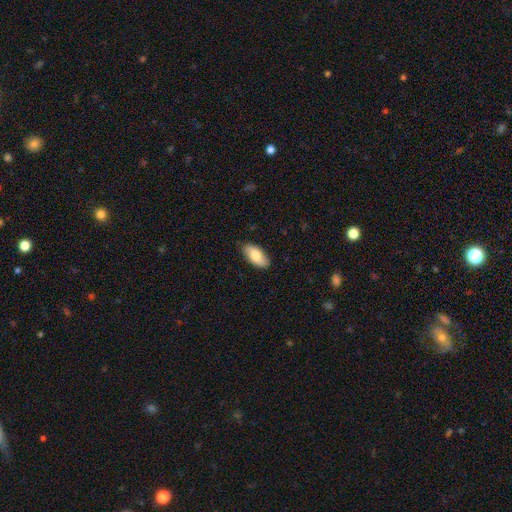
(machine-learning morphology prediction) This is likely a smooth galaxy (76%). How rounded: clearly in between (92%). Merging: clearly none (85%).